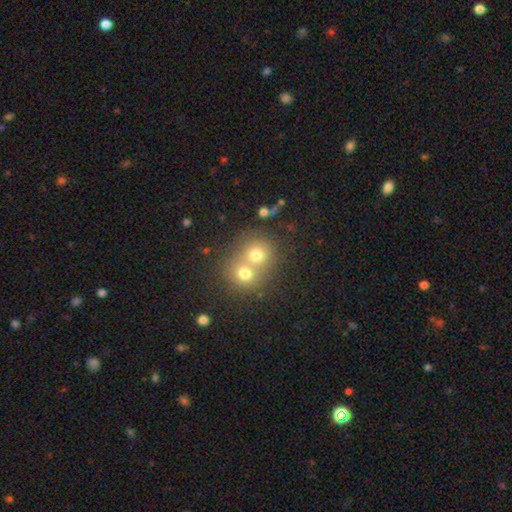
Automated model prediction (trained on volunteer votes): This is likely a smooth galaxy (68%). How rounded: likely round (79%). Merging: likely merger (61%).